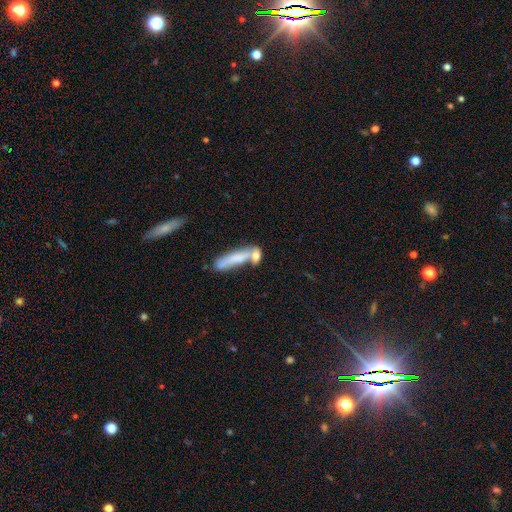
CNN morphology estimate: smooth-or-featured: smooth: 71% | featured or disk: 21% | star or artifact: 8%
  how-rounded: cigar-shaped: 58% | in between: 36% | round: 6%
  merging: merger: 47% | none: 35% | minor disturbance: 11% | major disturbance: 7%